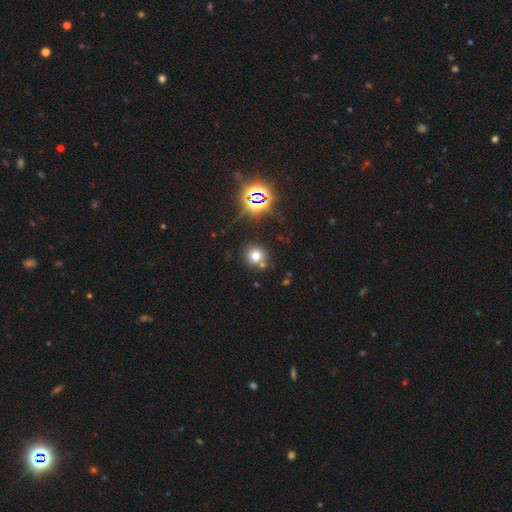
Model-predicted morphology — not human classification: A smooth galaxy with no disk features (69%) that is round (90%). Merging: none (75%).